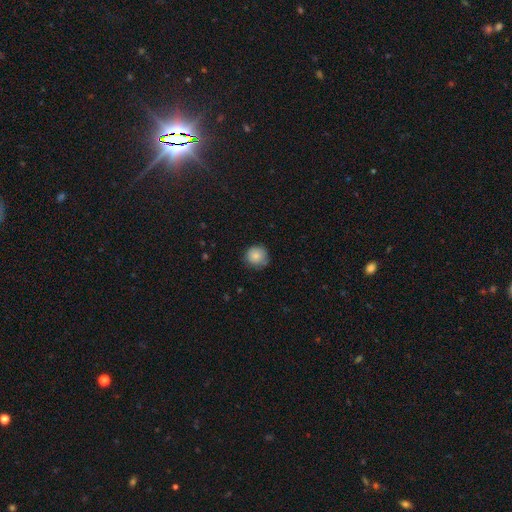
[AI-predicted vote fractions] Q: Smooth or featured?
A: smooth (82%); runner-up: featured or disk (10%)
Q: How rounded?
A: round (92%); runner-up: in between (7%)
Q: Merging?
A: none (75%); runner-up: minor disturbance (20%)